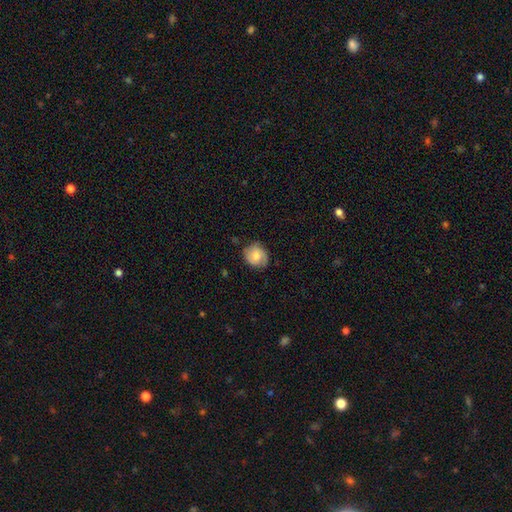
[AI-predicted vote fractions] smooth_or_featured: smooth (p=0.64) [alt: featured or disk p=0.28]
how_rounded: round (p=0.73) [alt: in between p=0.26]
merging: none (p=0.69) [alt: minor disturbance p=0.24]